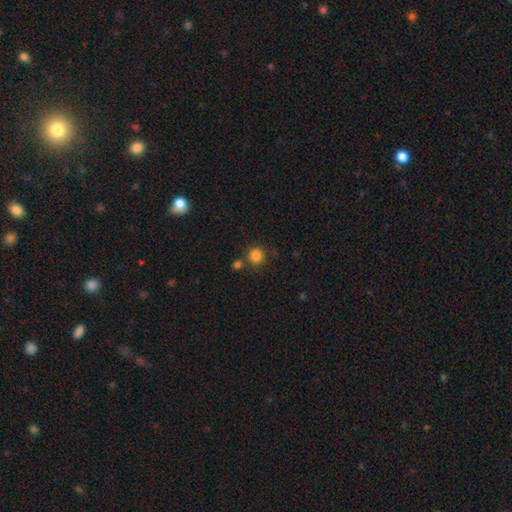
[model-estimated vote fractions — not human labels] Smooth or featured?
  - smooth: 85% *
  - star or artifact: 12%
  - featured or disk: 4%
How rounded?
  - round: 93% *
  - in between: 6%
  - cigar-shaped: 1%
Merging?
  - none: 77% *
  - merger: 12%
  - minor disturbance: 8%
  - major disturbance: 3%